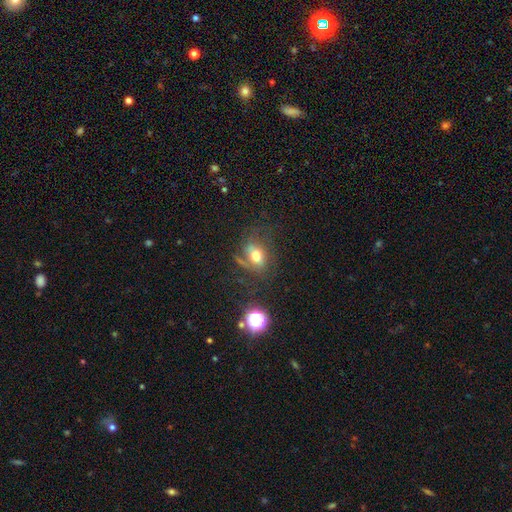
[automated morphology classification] type=smooth (60%); roundness=in between (59%); merging=none (53%).